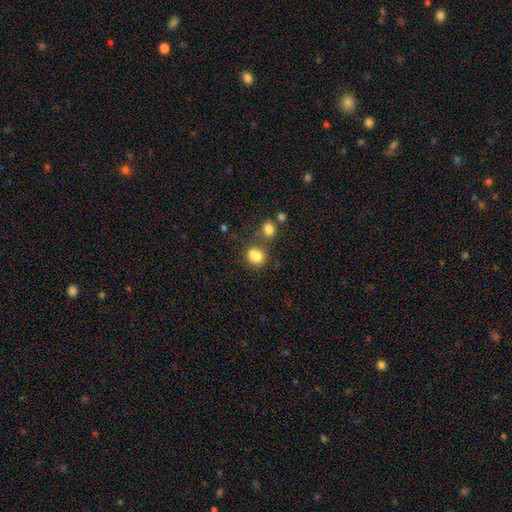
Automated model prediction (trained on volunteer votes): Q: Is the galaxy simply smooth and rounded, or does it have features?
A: smooth — 78%.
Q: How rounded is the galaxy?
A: round — 59%.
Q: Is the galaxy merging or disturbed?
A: none — 42%.